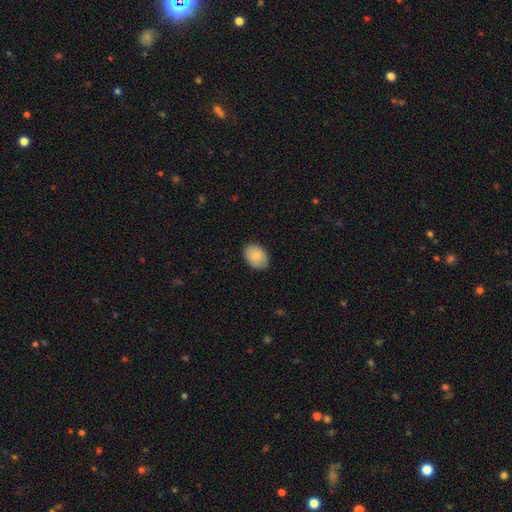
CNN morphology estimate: Q: Smooth or featured?
A: smooth (85%); runner-up: featured or disk (9%)
Q: How rounded?
A: in between (77%); runner-up: round (22%)
Q: Merging?
A: none (83%); runner-up: minor disturbance (14%)